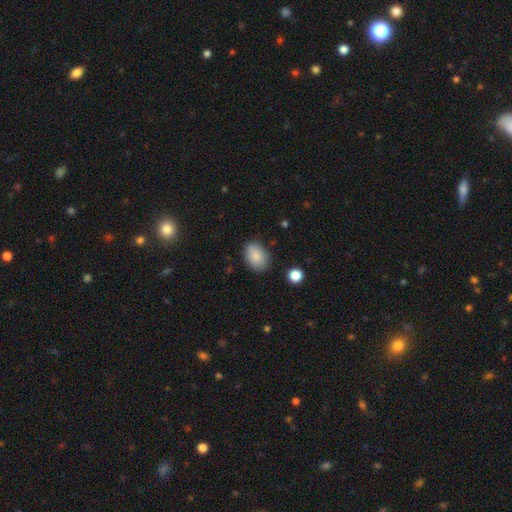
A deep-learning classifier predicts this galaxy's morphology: The model was most divided on "merging": none: 82%, minor disturbance: 13%, major disturbance: 3%, merger: 2%. More confident: smooth or featured — smooth (87%); how rounded — in between (84%).